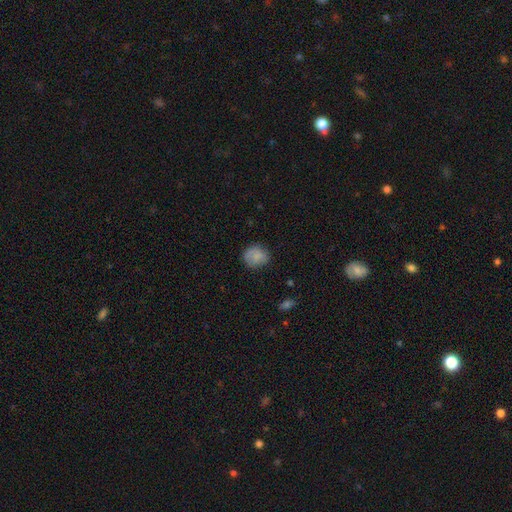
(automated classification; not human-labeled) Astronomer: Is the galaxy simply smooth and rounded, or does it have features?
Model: smooth — 76%.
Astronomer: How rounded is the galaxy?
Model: round — 73%.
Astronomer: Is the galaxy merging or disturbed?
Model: none — 75%.